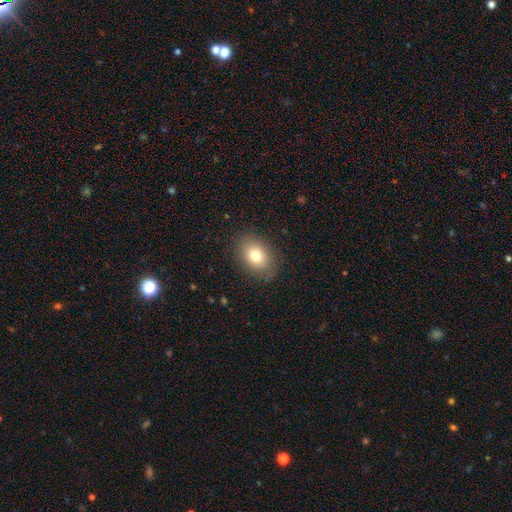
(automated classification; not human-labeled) Q: Smooth or featured?
A: smooth (77%); runner-up: featured or disk (12%)
Q: How rounded?
A: in between (73%); runner-up: round (25%)
Q: Merging?
A: none (87%); runner-up: minor disturbance (9%)